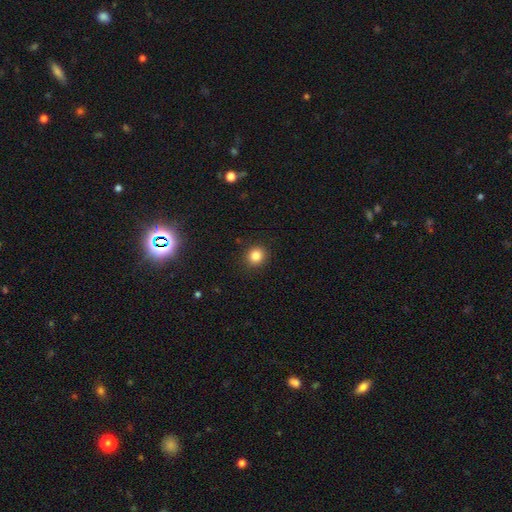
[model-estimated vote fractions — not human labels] Overall: smooth (84%). How rounded: round (83%). Merging: none (90%).